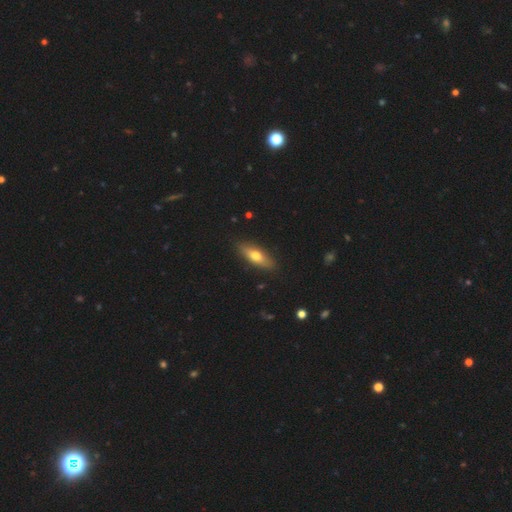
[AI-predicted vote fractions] A smooth galaxy with no disk features (62%) that is in between round and cigar-shaped (54%).

Vote fractions:
- Smooth or featured? smooth: 62% / featured or disk: 32% / star or artifact: 6%
- How rounded? in between: 54% / cigar-shaped: 42% / round: 3%
- Merging? none: 88% / minor disturbance: 9% / major disturbance: 2% / merger: 1%